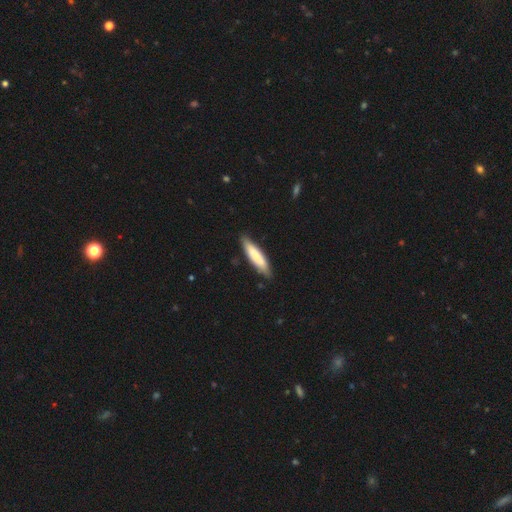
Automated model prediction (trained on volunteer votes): This is likely a smooth galaxy (76%). How rounded: likely cigar-shaped (77%). Merging: clearly none (83%).